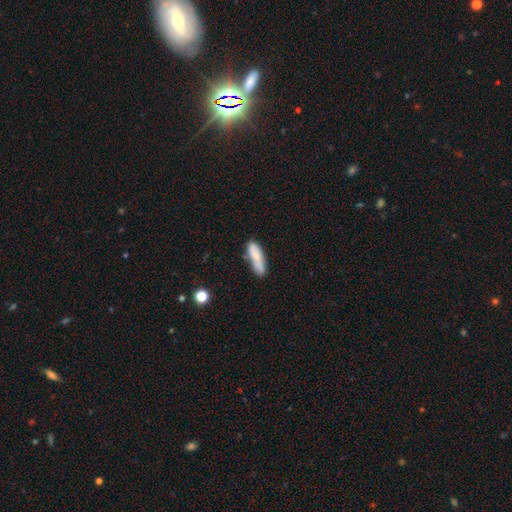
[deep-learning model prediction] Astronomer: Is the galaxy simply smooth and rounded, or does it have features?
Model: smooth — 71%.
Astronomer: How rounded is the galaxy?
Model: cigar-shaped — 53% (runner-up: in between, 45%).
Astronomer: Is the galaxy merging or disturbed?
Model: none — 62%.